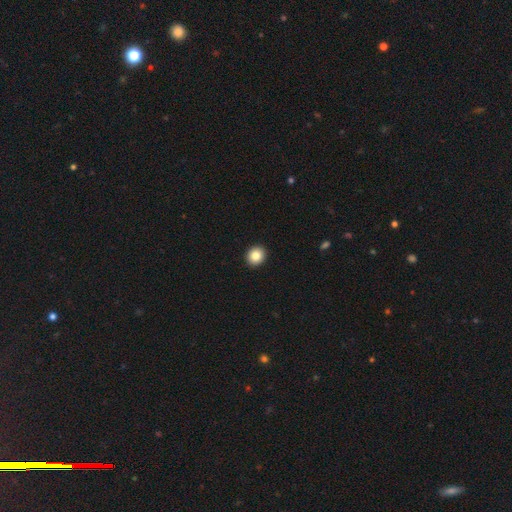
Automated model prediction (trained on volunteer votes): The model was most divided on "how rounded": round: 80%, in between: 19%, cigar-shaped: 1%. More confident: merging — none (93%); smooth or featured — smooth (84%).